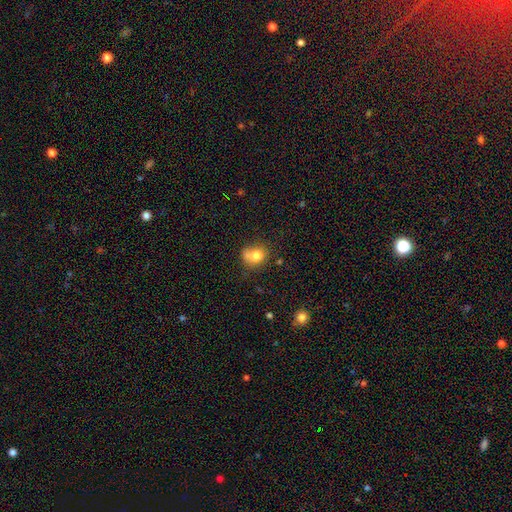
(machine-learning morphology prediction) smooth 76%, featured or disk 13%, star or artifact 11%. Down the decision tree: how rounded — round (67%); merging — none (43%).